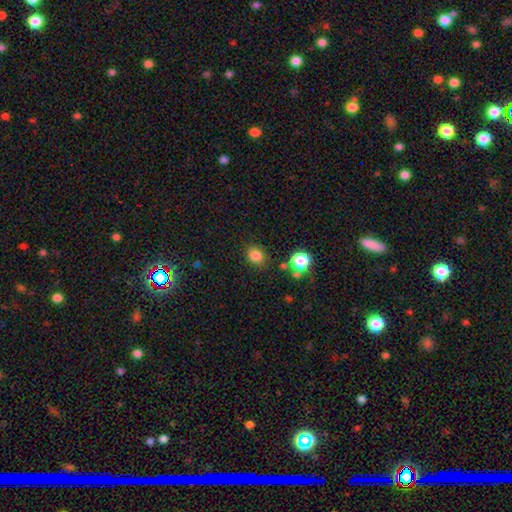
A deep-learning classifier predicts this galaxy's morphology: smooth-or-featured: smooth: 82% | star or artifact: 13% | featured or disk: 5%
  how-rounded: round: 66% | in between: 33% | cigar-shaped: 1%
  merging: none: 82% | minor disturbance: 11% | merger: 4% | major disturbance: 3%